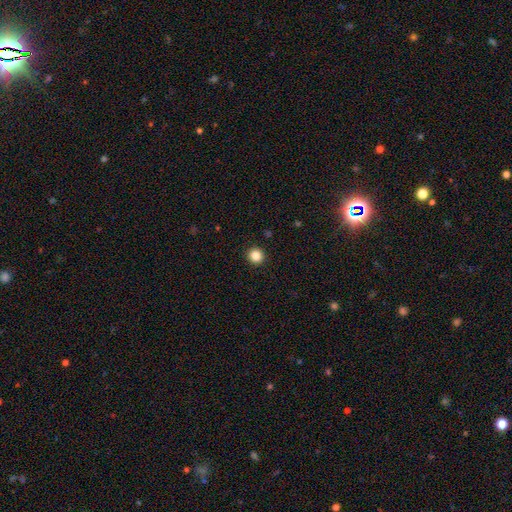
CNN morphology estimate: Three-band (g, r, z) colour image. It shows a smooth galaxy with no disk features (86%) that is round (94%). Merging: none (93%).